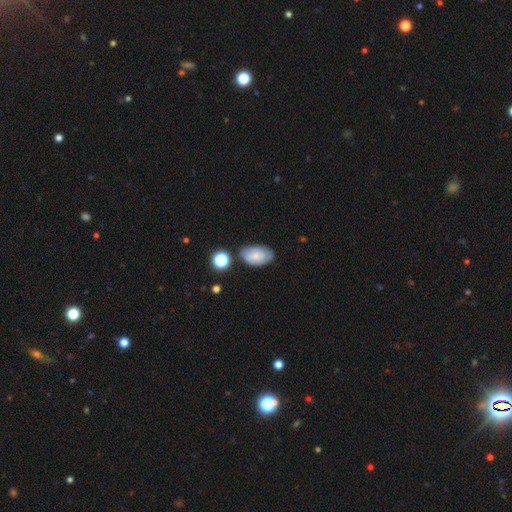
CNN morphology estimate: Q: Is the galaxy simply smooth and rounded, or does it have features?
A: smooth — 66%.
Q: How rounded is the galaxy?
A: in between — 91%.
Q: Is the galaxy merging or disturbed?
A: none — 68%.